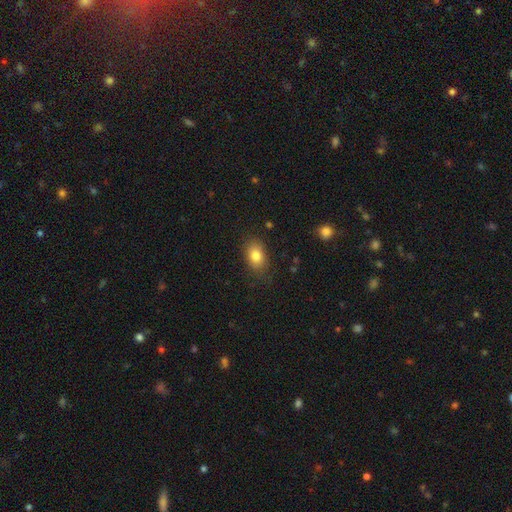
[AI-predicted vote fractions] smooth_or_featured: smooth (p=0.82) [alt: featured or disk p=0.09]
how_rounded: in between (p=0.80) [alt: round p=0.18]
merging: none (p=0.80) [alt: minor disturbance p=0.15]